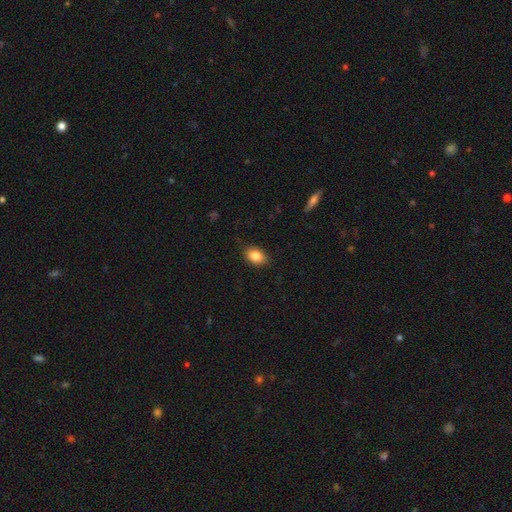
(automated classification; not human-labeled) smooth_or_featured: smooth (p=0.84) [alt: star or artifact p=0.08]
how_rounded: in between (p=0.80) [alt: round p=0.19]
merging: none (p=0.86) [alt: minor disturbance p=0.11]